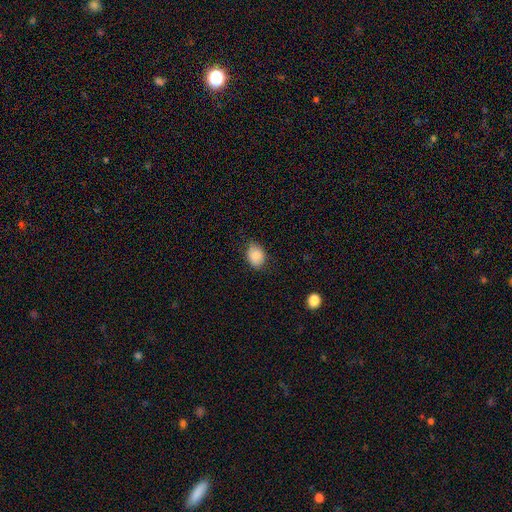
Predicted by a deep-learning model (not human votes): A smooth galaxy with no disk features (86%) that is in between round and cigar-shaped (63%). Merging: none (76%).